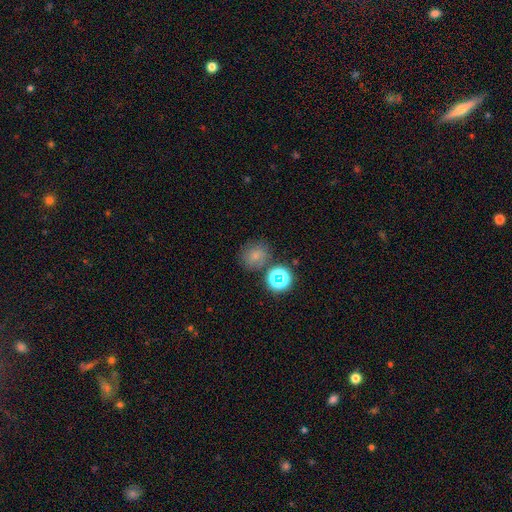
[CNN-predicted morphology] Q: Smooth or featured?
A: smooth (67%); runner-up: star or artifact (23%)
Q: How rounded?
A: round (73%); runner-up: in between (26%)
Q: Merging?
A: none (69%); runner-up: minor disturbance (14%)